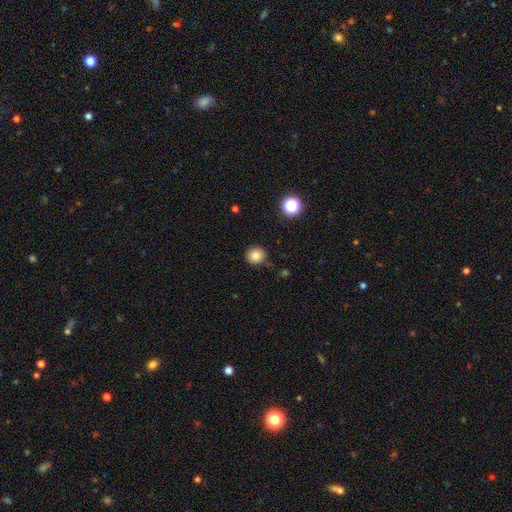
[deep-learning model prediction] Smooth or featured? smooth (83%)
How rounded? round (91%)
Merging? none (85%)